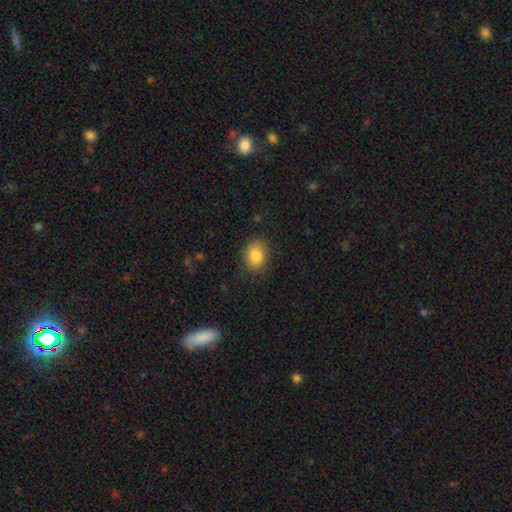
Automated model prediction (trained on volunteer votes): The model was most divided on "how rounded": in between: 55%, round: 44%, cigar-shaped: 1%. More confident: smooth or featured — smooth (85%); merging — none (82%).